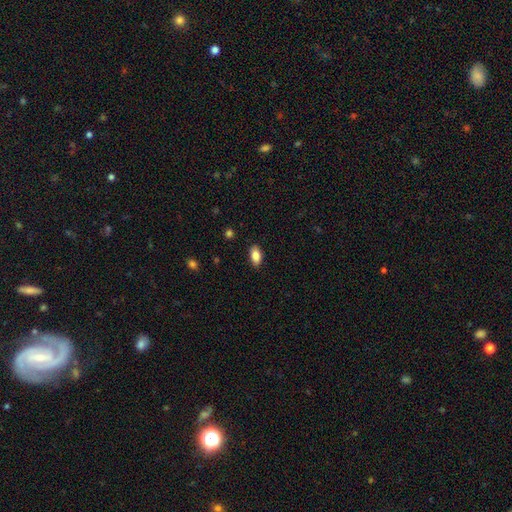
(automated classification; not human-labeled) Smooth or featured? smooth (84%)
How rounded? in between (91%)
Merging? none (88%)